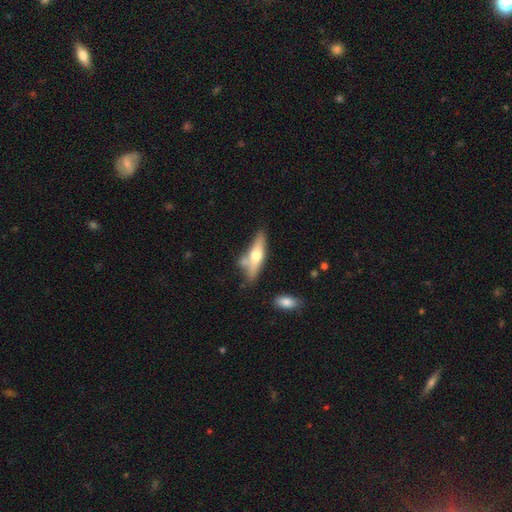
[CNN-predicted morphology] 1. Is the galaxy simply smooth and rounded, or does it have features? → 49% smooth, 45% featured or disk, 6% star or artifact.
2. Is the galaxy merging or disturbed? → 61% none, 18% minor disturbance, 15% merger, 6% major disturbance.